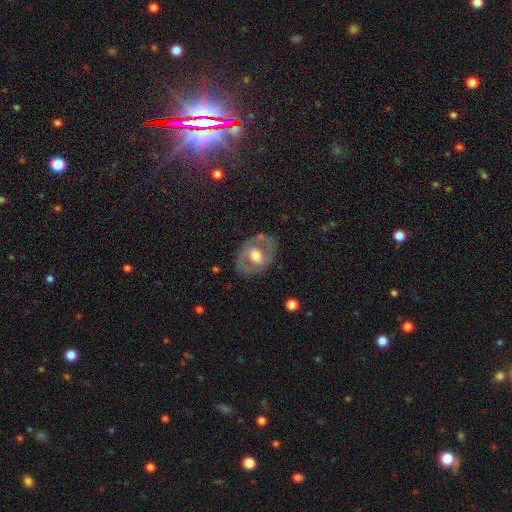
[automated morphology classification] A featured or disk galaxy (65%) with no bar (49%), no spiral arms (52%) and a moderate central bulge (60%).

Vote fractions:
- Smooth or featured? featured or disk: 65% / smooth: 29% / star or artifact: 6%
- Edge-on disk? no: 95% / yes: 5%
- Bar? no: 49% / weak: 36% / strong: 15%
- Spiral arms? no: 52% / yes: 48%
- Bulge size? moderate: 60% / large: 26% / small: 11% / none: 2% / dominant: 2%
- Merging? none: 71% / minor disturbance: 17% / major disturbance: 9% / merger: 3%